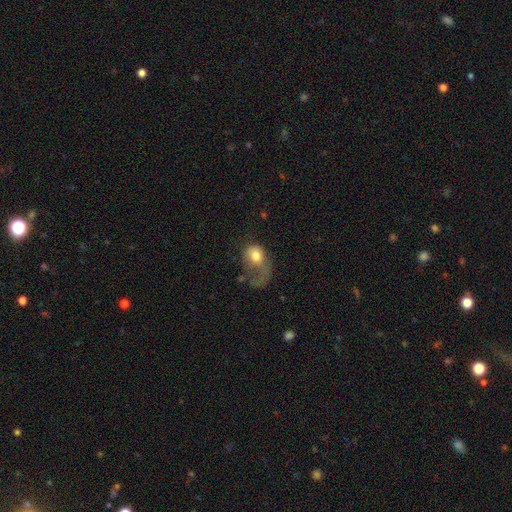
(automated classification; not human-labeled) Smooth or featured?
  - smooth: 65% *
  - featured or disk: 27%
  - star or artifact: 8%
How rounded?
  - in between: 50% *
  - round: 49%
  - cigar-shaped: 1%
Merging?
  - major disturbance: 67% *
  - none: 13%
  - minor disturbance: 13%
  - merger: 6%